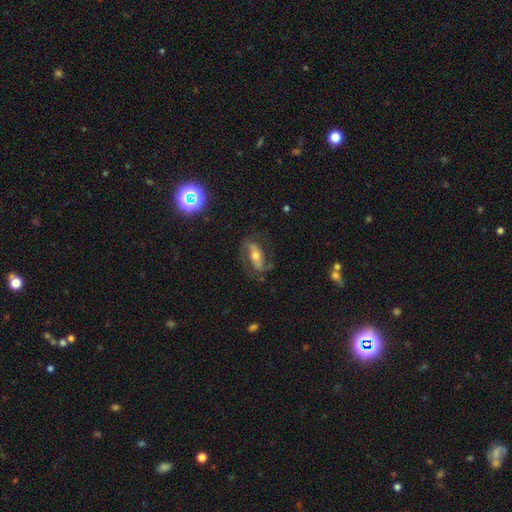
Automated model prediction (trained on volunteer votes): smooth-or-featured: featured or disk: 70% | smooth: 21% | star or artifact: 9%
  disk-edge-on: no: 91% | yes: 9%
    bar: strong: 37% | no: 33% | weak: 30%
    has-spiral-arms: yes: 87% | no: 13%
      spiral-winding: medium: 47% | loose: 31% | tight: 22%
      spiral-arm-count: 2: 86% | can't tell: 7% | 1: 3% | 3: 2% | 4: 1% | more than 4: 1%
    bulge-size: moderate: 61% | small: 27% | large: 8% | none: 2% | dominant: 2%
  merging: none: 71% | minor disturbance: 16% | major disturbance: 11% | merger: 2%